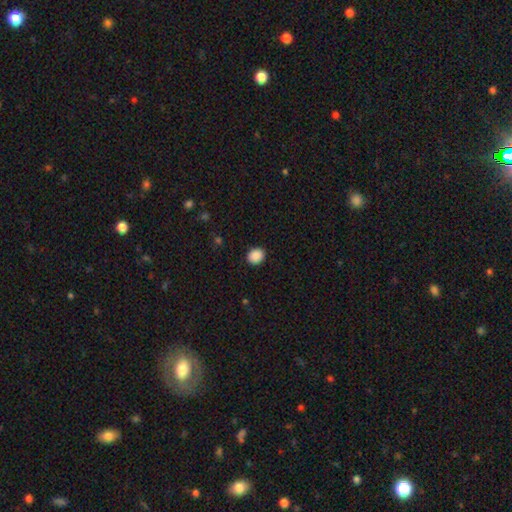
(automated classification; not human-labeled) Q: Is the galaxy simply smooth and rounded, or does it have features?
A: smooth — 89%.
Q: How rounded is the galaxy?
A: round — 58%.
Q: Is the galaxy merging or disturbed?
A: none — 90%.